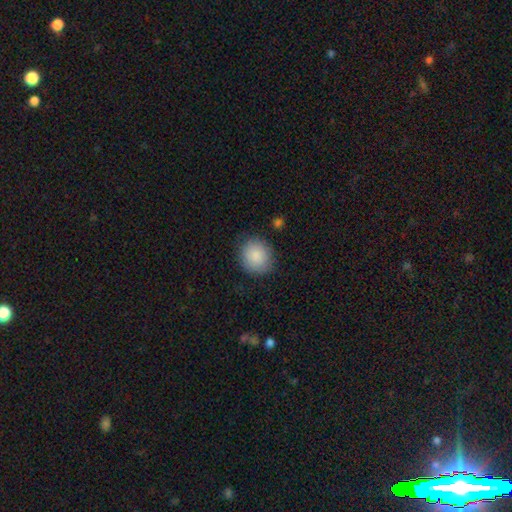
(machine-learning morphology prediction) This appears to be a smooth galaxy with no disk features (88%) that is round (82%). Merging: none (84%).